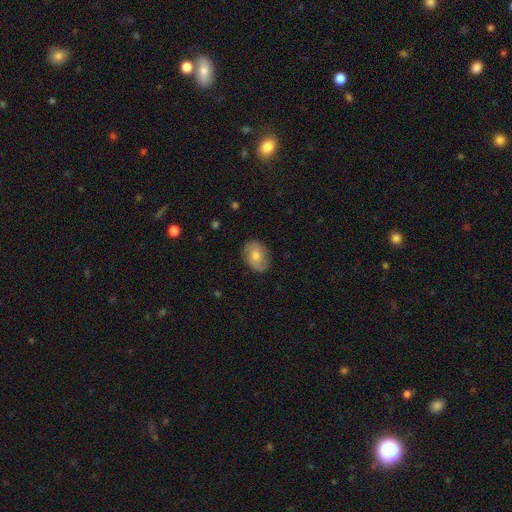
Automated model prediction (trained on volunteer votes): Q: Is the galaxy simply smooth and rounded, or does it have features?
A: smooth — 65%.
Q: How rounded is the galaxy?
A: in between — 72%.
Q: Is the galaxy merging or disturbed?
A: none — 84%.